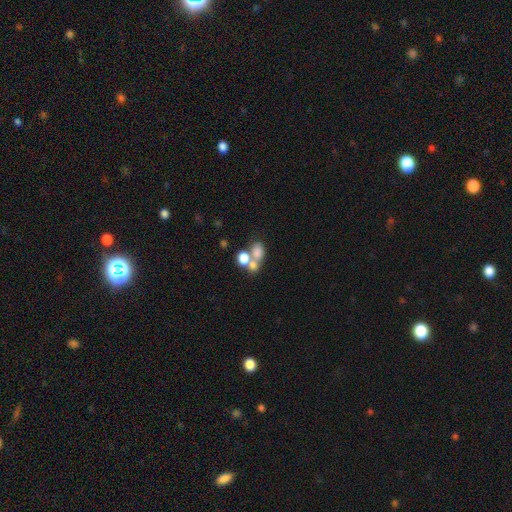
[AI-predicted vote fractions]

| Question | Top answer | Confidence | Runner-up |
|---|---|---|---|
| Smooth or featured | smooth | 66% | featured or disk (18%) |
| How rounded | in between | 53% | round (45%) |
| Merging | merger | 58% | none (29%) |